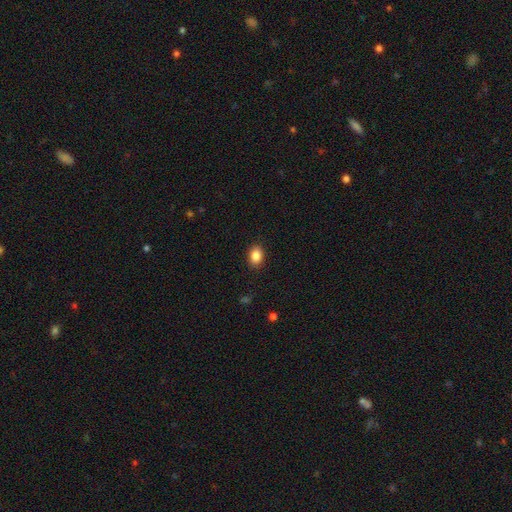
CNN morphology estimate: smooth_or_featured: smooth (p=0.87) [alt: star or artifact p=0.09]
how_rounded: in between (p=0.73) [alt: round p=0.26]
merging: none (p=0.89) [alt: minor disturbance p=0.08]